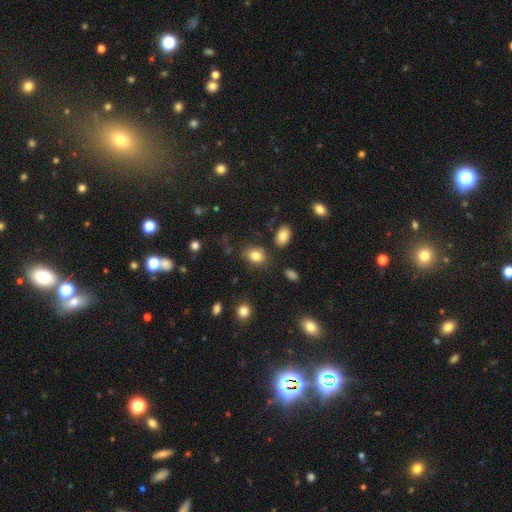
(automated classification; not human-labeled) Smooth or featured? smooth (81%)
How rounded? in between (74%)
Merging? none (75%)